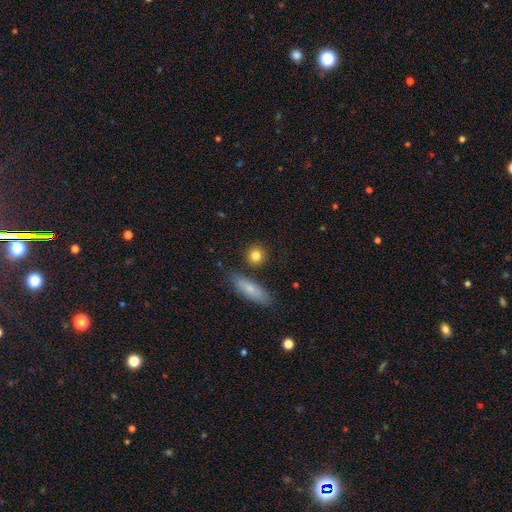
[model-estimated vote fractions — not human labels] Overall: smooth (84%). How rounded: round (83%). Merging: none (84%).